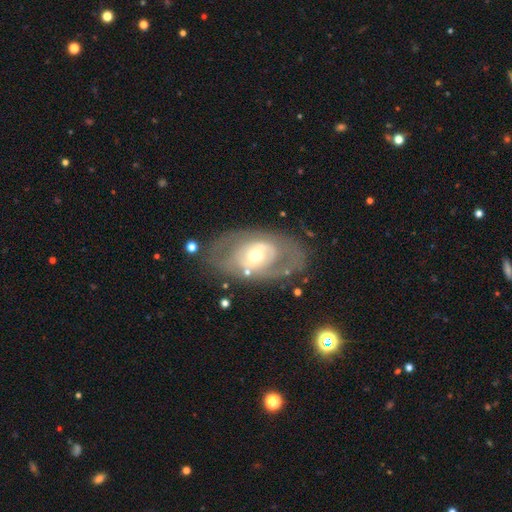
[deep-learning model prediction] A featured or disk galaxy (70%) with no bar (57%), no spiral arms (58%) and a moderate central bulge (58%). Merging: none (69%).